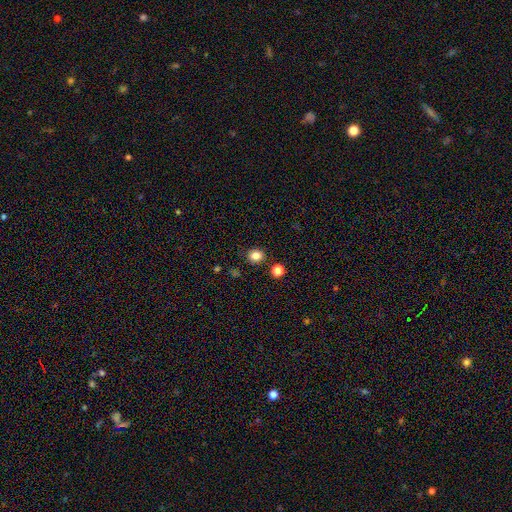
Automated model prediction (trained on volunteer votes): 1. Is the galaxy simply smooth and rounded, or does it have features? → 82% smooth, 13% star or artifact, 5% featured or disk.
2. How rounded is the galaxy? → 73% round, 26% in between, 1% cigar-shaped.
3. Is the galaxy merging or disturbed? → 87% none, 8% minor disturbance, 3% merger, 2% major disturbance.